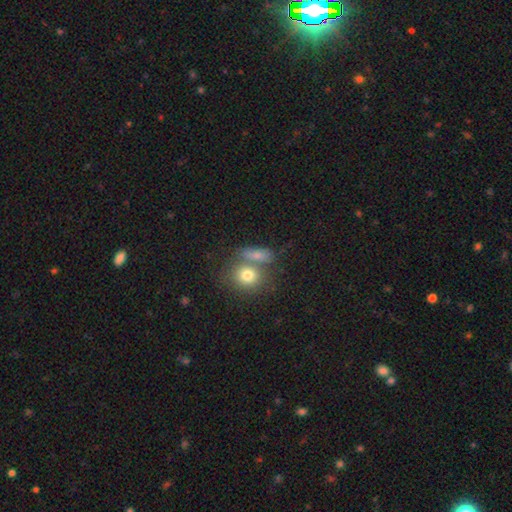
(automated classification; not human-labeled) Smooth or featured: smooth — 72% (featured or disk — 17%)
How rounded: in between — 50% (round — 41%)
Merging: none — 44% (merger — 39%)